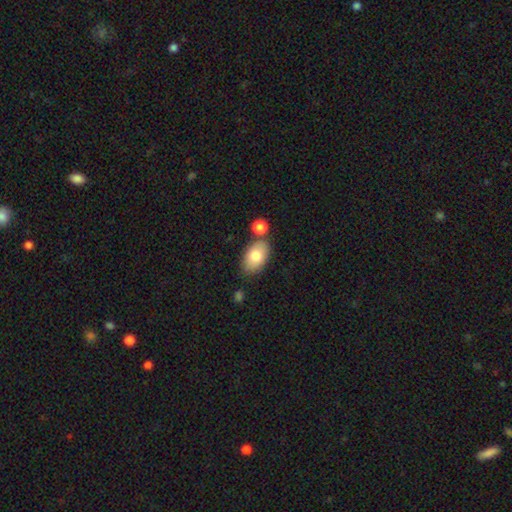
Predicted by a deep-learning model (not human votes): The model was most divided on "merging": none: 69%, minor disturbance: 15%, merger: 12%, major disturbance: 4%. More confident: how rounded — in between (92%); smooth or featured — smooth (79%).